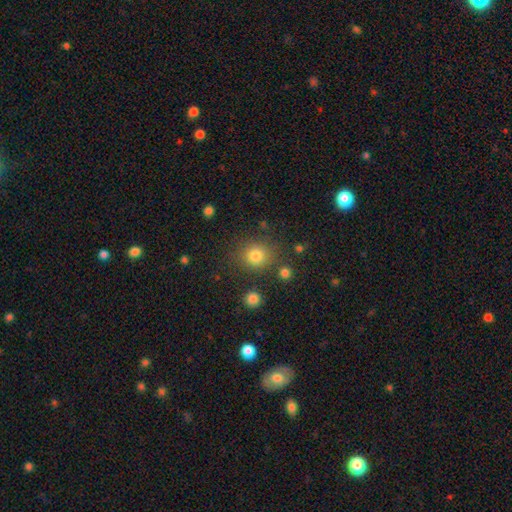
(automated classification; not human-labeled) This is clearly a smooth galaxy (80%). How rounded: clearly round (86%). Merging: clearly none (81%).